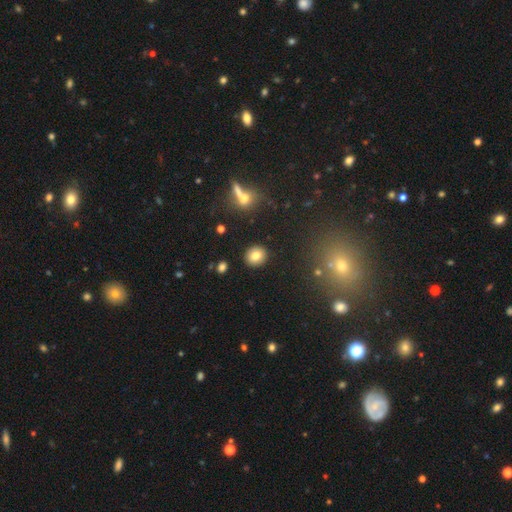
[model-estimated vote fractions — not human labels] smooth_or_featured: smooth (p=0.81) [alt: star or artifact p=0.11]
how_rounded: round (p=0.80) [alt: in between p=0.18]
merging: none (p=0.90) [alt: minor disturbance p=0.06]